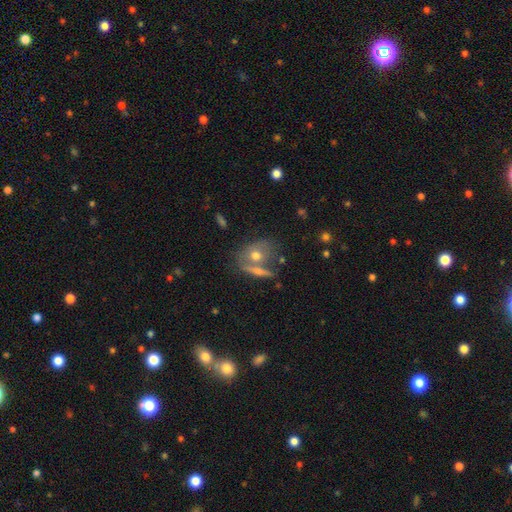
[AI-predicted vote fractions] Morphology: type=smooth (53%); roundness=in between (53%); merging=none (51%).